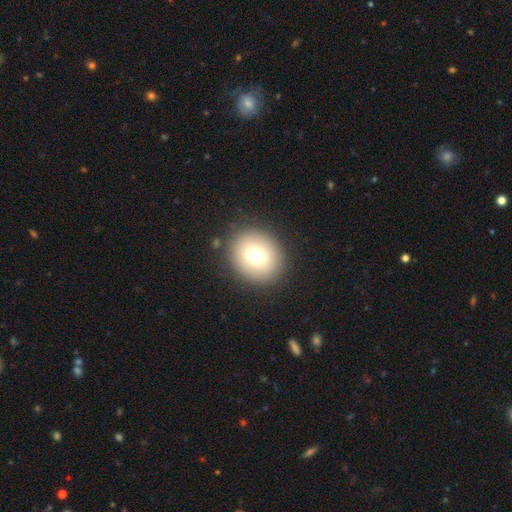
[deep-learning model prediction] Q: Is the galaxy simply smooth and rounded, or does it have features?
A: smooth — 73%.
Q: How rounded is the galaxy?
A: round — 75%.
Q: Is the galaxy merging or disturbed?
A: none — 87%.